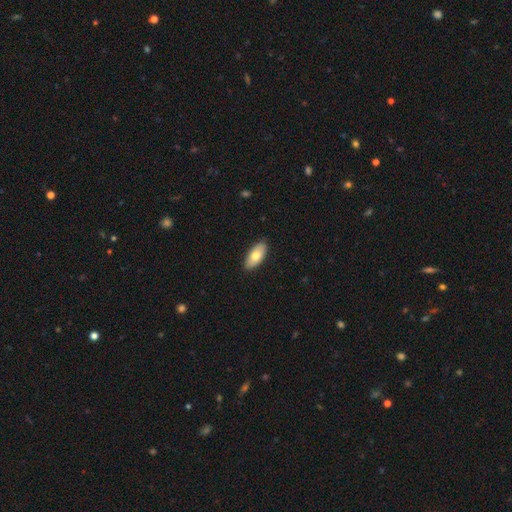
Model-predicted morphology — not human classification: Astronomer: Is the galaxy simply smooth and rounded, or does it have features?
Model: smooth — 74%.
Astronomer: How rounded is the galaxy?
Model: in between — 89%.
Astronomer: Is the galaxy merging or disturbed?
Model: none — 89%.